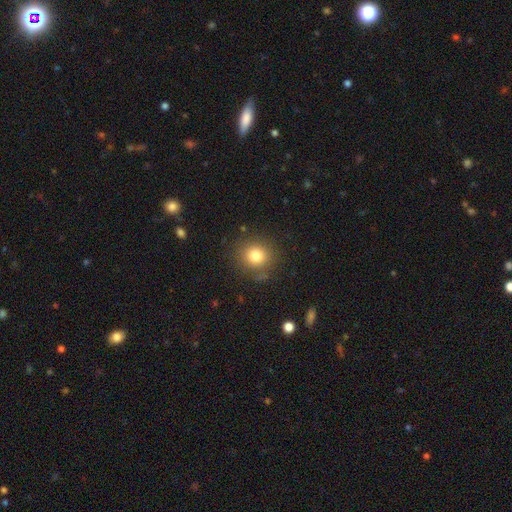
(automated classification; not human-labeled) smooth-or-featured: smooth: 80% | star or artifact: 12% | featured or disk: 9%
  how-rounded: round: 85% | in between: 14% | cigar-shaped: 1%
  merging: none: 83% | minor disturbance: 11% | major disturbance: 4% | merger: 2%